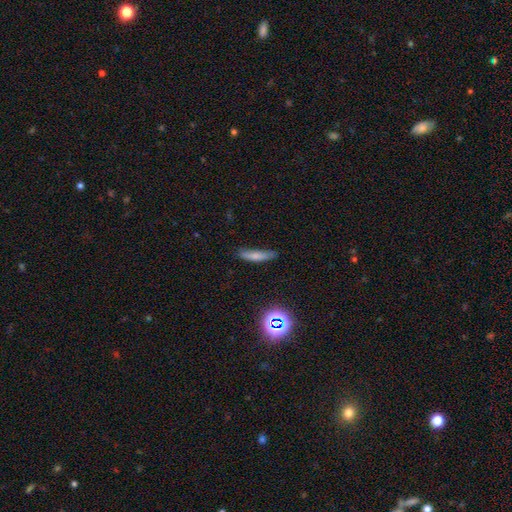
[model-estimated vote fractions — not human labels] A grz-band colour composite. It shows a smooth galaxy with no disk features (71%) that is cigar-shaped (81%). Merging: none (74%).